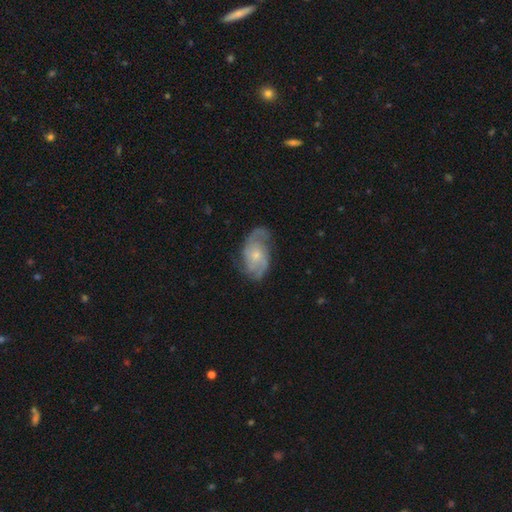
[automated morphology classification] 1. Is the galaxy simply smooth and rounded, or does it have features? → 80% featured or disk, 15% smooth, 6% star or artifact.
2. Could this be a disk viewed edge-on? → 96% no, 4% yes.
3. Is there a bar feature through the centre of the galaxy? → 71% no, 25% weak, 3% strong.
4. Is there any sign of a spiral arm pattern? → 94% yes, 6% no.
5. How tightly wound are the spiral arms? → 47% medium, 31% tight, 22% loose.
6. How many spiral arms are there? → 50% 2, 20% 3, 17% can't tell, 5% 4, 4% 1, 4% more than 4.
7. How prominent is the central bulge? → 56% small, 37% moderate, 3% none, 2% large, 1% dominant.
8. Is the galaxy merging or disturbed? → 70% none, 21% minor disturbance, 8% major disturbance, 1% merger.